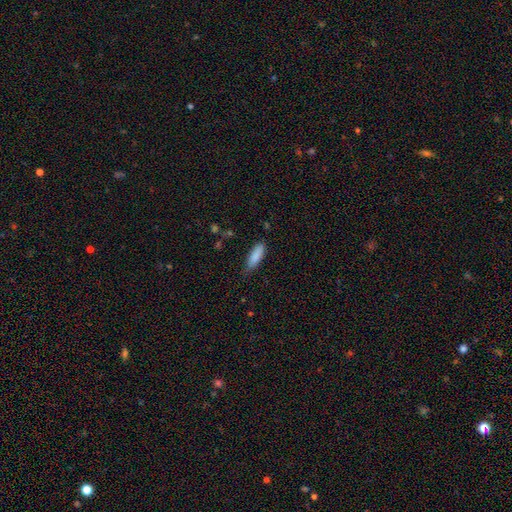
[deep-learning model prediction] A smooth galaxy with no disk features (87%) that is cigar-shaped (50%).

Vote fractions:
- Smooth or featured? smooth: 87% / featured or disk: 7% / star or artifact: 6%
- How rounded? cigar-shaped: 50% / in between: 48% / round: 2%
- Merging? none: 72% / minor disturbance: 23% / major disturbance: 4% / merger: 2%